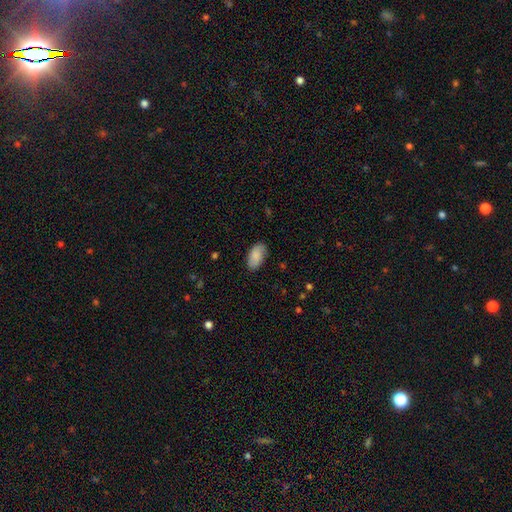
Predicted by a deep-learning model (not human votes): Smooth or featured? smooth (86%)
How rounded? in between (95%)
Merging? none (82%)